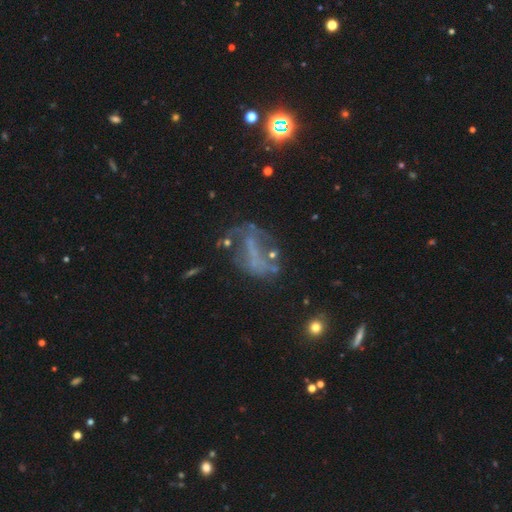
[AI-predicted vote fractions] This appears to be a featured or disk galaxy (58%) with no bar (52%), no spiral arms (65%) and no central bulge (71%). Merging: none (41%).